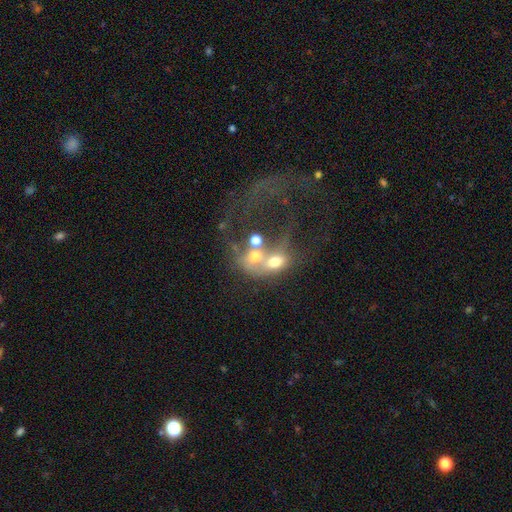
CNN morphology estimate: Q: Smooth or featured?
A: smooth (49%); runner-up: featured or disk (33%)
Q: Merging?
A: merger (62%); runner-up: none (16%)